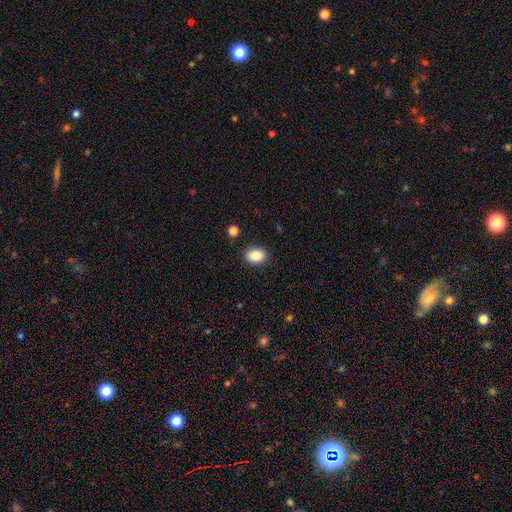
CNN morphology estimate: Smooth or featured? smooth (88%)
How rounded? in between (71%)
Merging? none (88%)